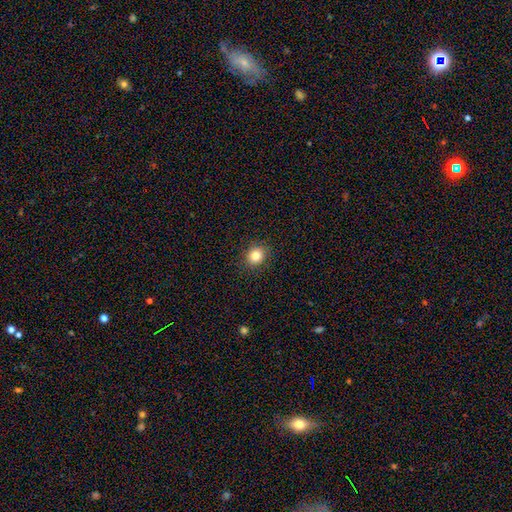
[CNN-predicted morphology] The model was most divided on "how rounded": round: 80%, in between: 19%, cigar-shaped: 1%. More confident: merging — none (90%); smooth or featured — smooth (82%).